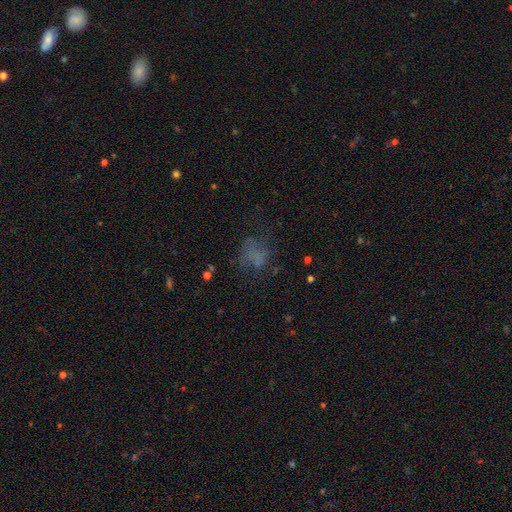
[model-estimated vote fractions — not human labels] This appears to be a smooth galaxy with no disk features (47%). Merging: none (47%).